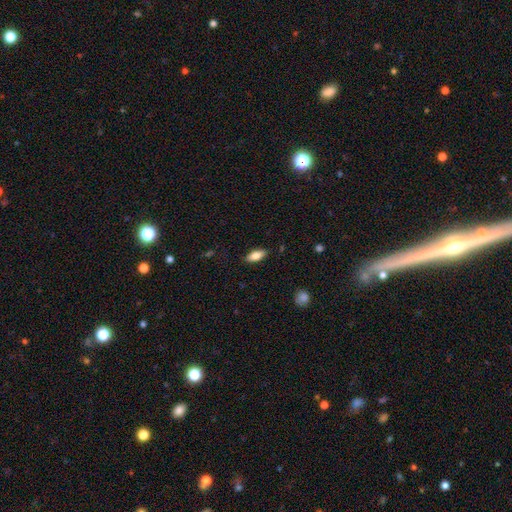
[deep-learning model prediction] This appears to be a smooth galaxy with no disk features (78%) that is in between round and cigar-shaped (81%). Merging: none (86%).